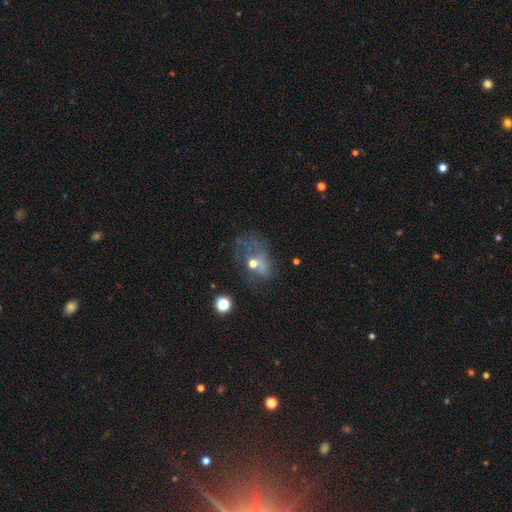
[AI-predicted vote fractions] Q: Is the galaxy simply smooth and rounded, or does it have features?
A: featured or disk — 44%.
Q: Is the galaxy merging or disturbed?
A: major disturbance — 38%.